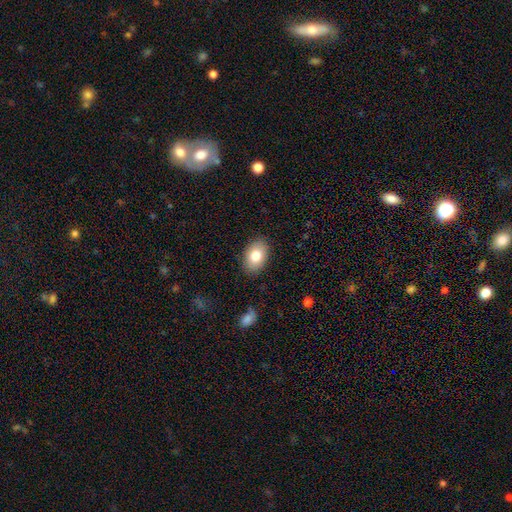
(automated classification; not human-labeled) smooth_or_featured: smooth (p=0.79) [alt: featured or disk p=0.13]
how_rounded: in between (p=0.85) [alt: round p=0.14]
merging: none (p=0.87) [alt: minor disturbance p=0.10]